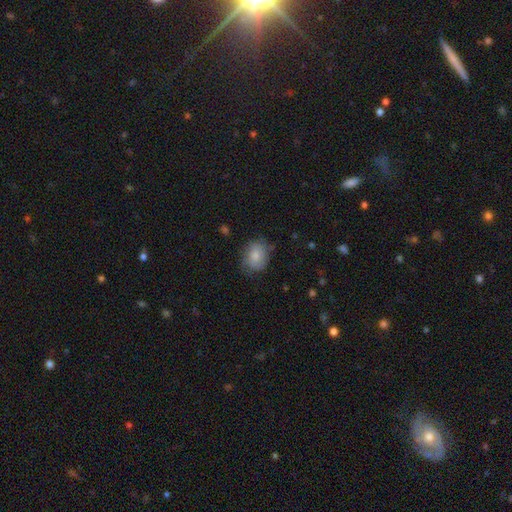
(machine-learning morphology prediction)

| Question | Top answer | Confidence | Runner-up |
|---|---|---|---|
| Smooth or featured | smooth | 79% | featured or disk (13%) |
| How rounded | in between | 52% | round (48%) |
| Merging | none | 68% | minor disturbance (24%) |